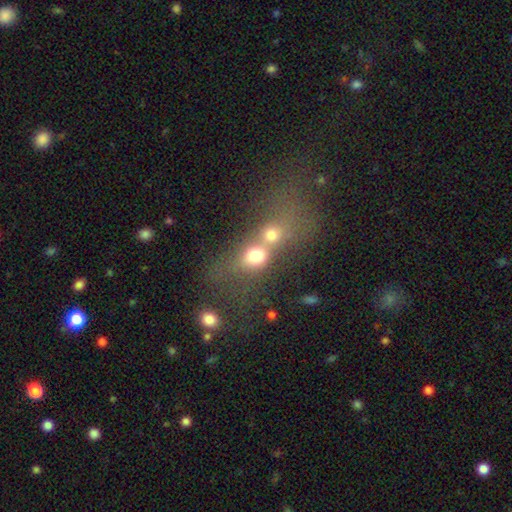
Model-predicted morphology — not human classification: A smooth galaxy with no disk features (67%) that is round (51%).

Vote fractions:
- Smooth or featured? smooth: 67% / featured or disk: 17% / star or artifact: 16%
- How rounded? round: 51% / in between: 45% / cigar-shaped: 4%
- Merging? merger: 72% / none: 17% / major disturbance: 6% / minor disturbance: 5%